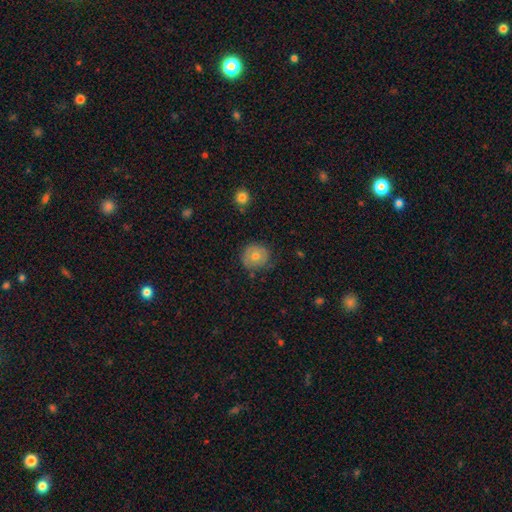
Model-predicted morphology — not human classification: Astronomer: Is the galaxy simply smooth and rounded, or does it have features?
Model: smooth — 63%.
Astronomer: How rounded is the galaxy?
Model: round — 88%.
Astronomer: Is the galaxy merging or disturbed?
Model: none — 76%.